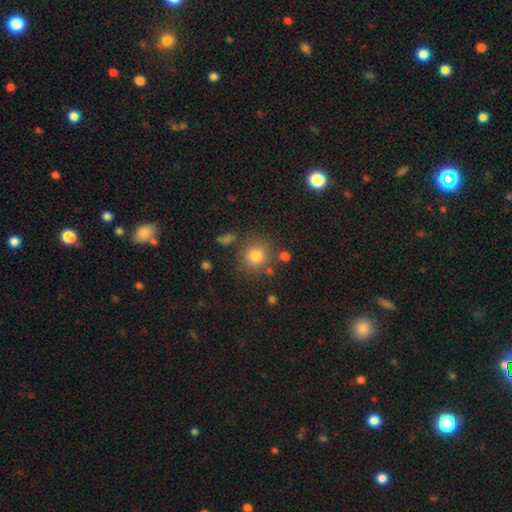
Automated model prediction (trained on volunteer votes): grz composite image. It shows a smooth galaxy with no disk features (80%) that is round (87%). Merging: none (78%).